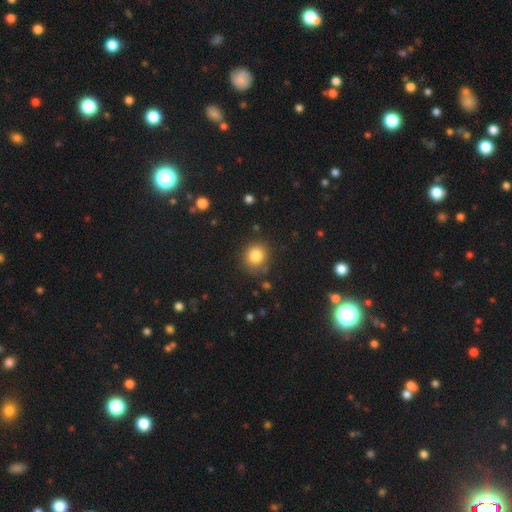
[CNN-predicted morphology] smooth-or-featured: smooth: 83% | star or artifact: 11% | featured or disk: 6%
  how-rounded: round: 83% | in between: 16% | cigar-shaped: 1%
  merging: none: 83% | minor disturbance: 11% | major disturbance: 3% | merger: 2%